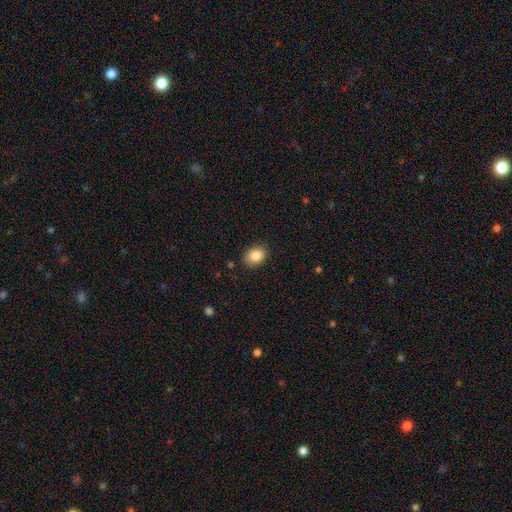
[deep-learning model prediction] Smooth or featured: smooth — 86% (star or artifact — 8%)
How rounded: in between — 56% (round — 43%)
Merging: none — 85% (minor disturbance — 11%)